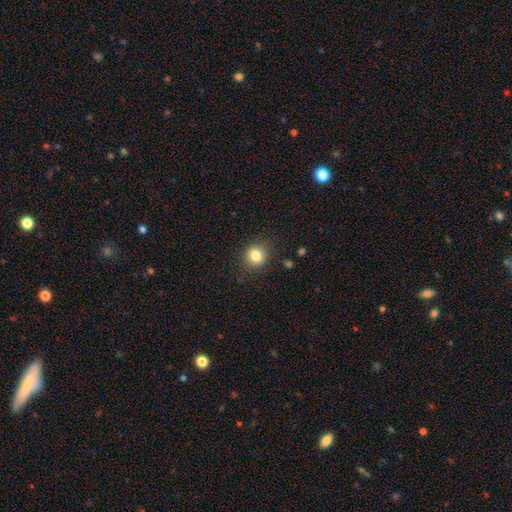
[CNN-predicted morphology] Overall: smooth (82%). How rounded: round (79%). Merging: none (86%).